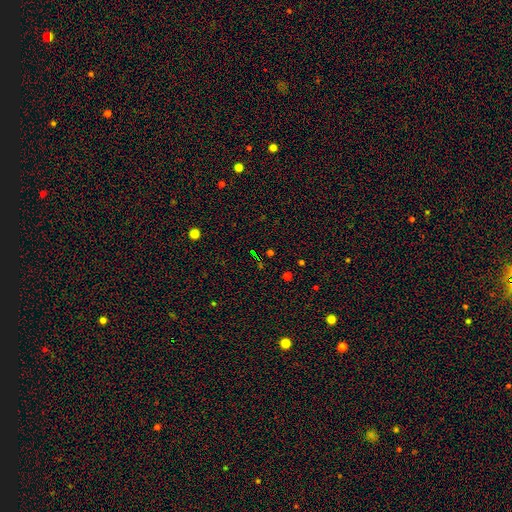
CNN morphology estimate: This appears to be a star or artifact, not a galaxy (68%).